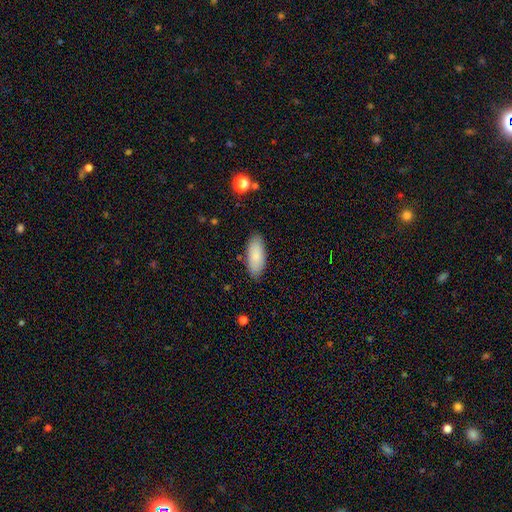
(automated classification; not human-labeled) Smooth or featured: smooth — 84% (featured or disk — 10%)
How rounded: in between — 85% (cigar-shaped — 13%)
Merging: none — 86% (minor disturbance — 10%)